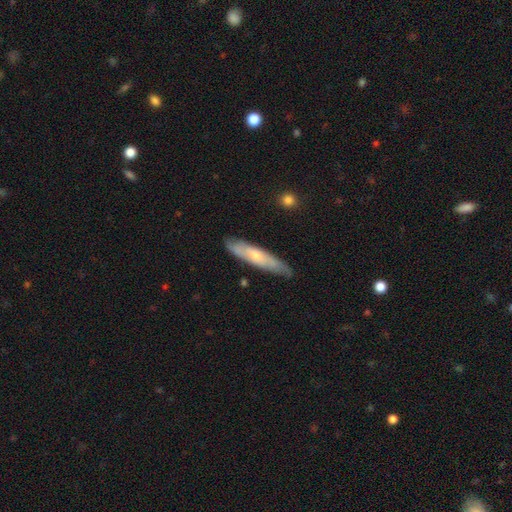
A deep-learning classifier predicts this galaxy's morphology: A featured or disk galaxy (48%). Merging: none (78%).